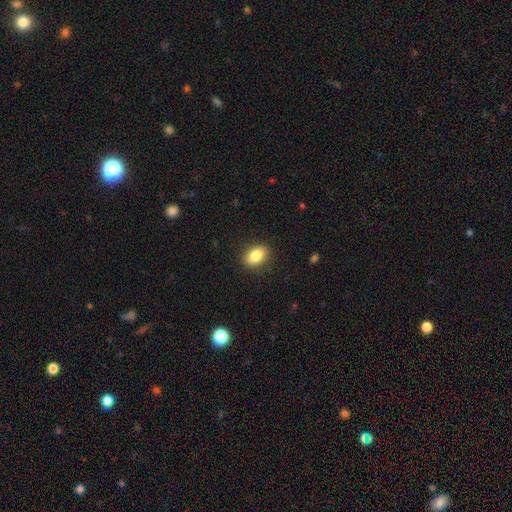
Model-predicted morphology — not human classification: type=smooth (85%); roundness=in between (84%); merging=none (88%).